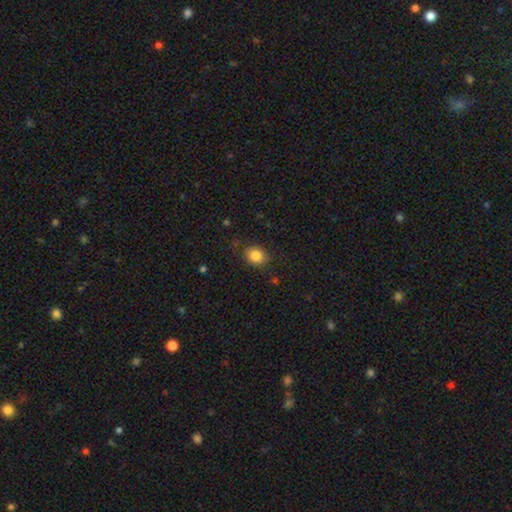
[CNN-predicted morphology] Q: Smooth or featured?
A: smooth (85%); runner-up: star or artifact (9%)
Q: How rounded?
A: in between (54%); runner-up: round (45%)
Q: Merging?
A: none (81%); runner-up: minor disturbance (14%)